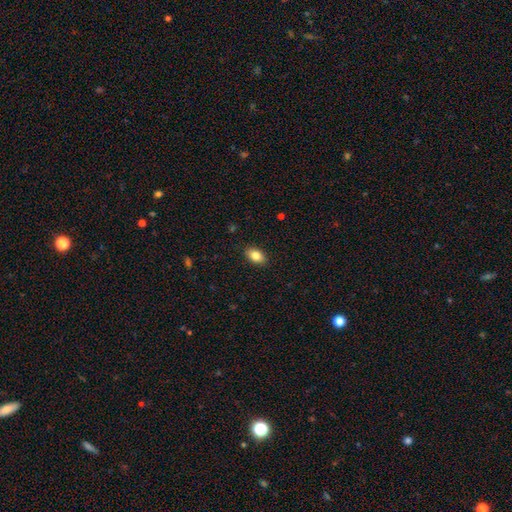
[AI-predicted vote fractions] Morphology: type=smooth (83%); roundness=in between (89%); merging=none (89%).